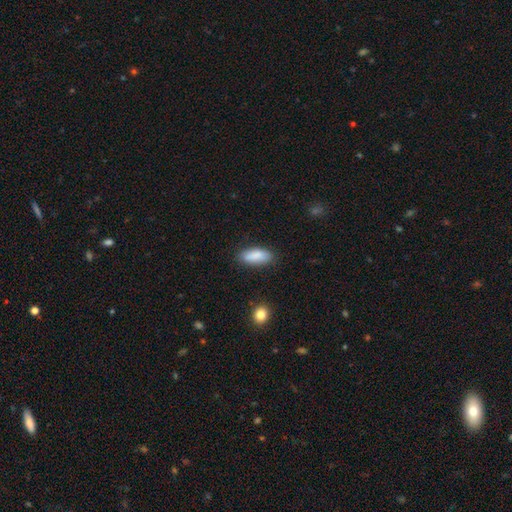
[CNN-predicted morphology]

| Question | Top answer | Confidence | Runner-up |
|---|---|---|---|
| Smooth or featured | smooth | 87% | featured or disk (7%) |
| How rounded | in between | 74% | cigar-shaped (24%) |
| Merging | none | 83% | minor disturbance (13%) |